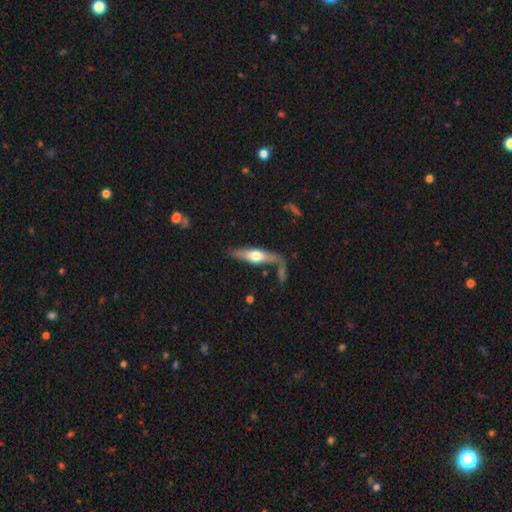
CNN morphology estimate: Q: Smooth or featured?
A: featured or disk (58%); runner-up: smooth (37%)
Q: Edge-on disk?
A: yes (88%); runner-up: no (12%)
Q: Edge-on bulge?
A: rounded (92%); runner-up: boxy (5%)
Q: Merging?
A: none (58%); runner-up: minor disturbance (18%)